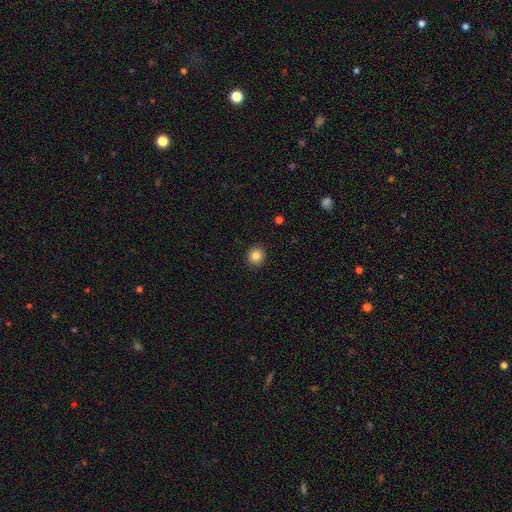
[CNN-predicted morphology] Smooth or featured: smooth — 84% (star or artifact — 10%)
How rounded: round — 85% (in between — 14%)
Merging: none — 92% (minor disturbance — 6%)